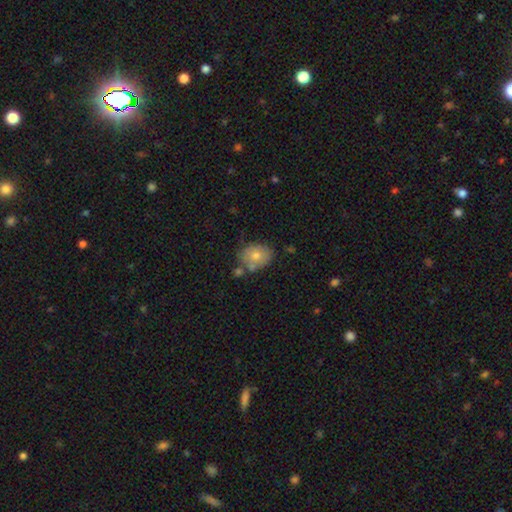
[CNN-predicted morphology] Smooth or featured: smooth — 73% (featured or disk — 18%)
How rounded: in between — 56% (round — 43%)
Merging: none — 66% (minor disturbance — 16%)